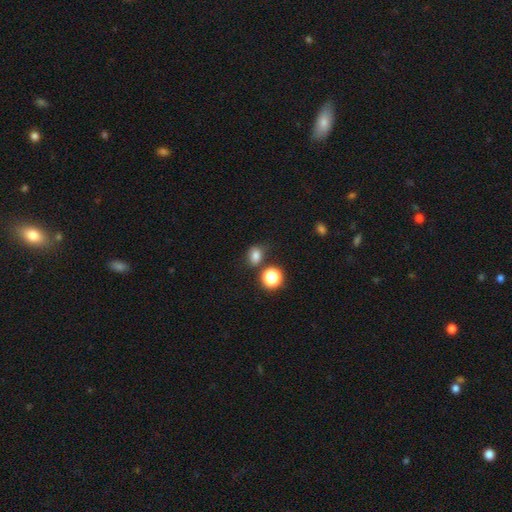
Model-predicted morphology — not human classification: A smooth galaxy with no disk features (78%) that is in between round and cigar-shaped (55%). Merging: none (70%).